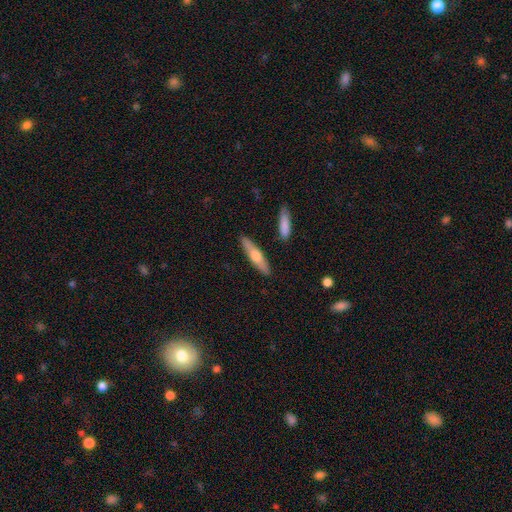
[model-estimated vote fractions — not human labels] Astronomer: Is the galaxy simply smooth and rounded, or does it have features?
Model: smooth — 55% (runner-up: featured or disk, 40%).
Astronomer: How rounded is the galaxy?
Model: cigar-shaped — 76%.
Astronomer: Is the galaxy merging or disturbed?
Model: none — 87%.